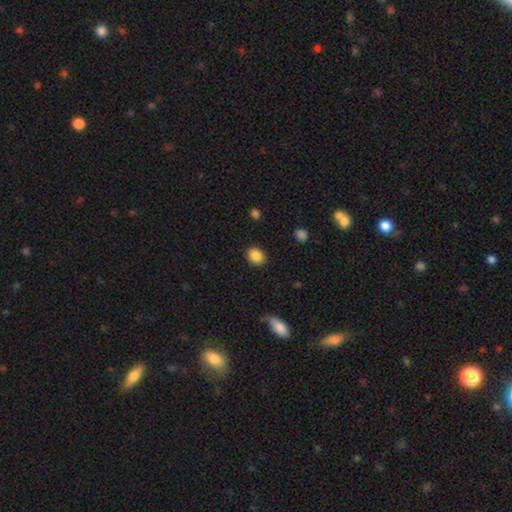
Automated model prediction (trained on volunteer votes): smooth-or-featured: smooth: 87% | star or artifact: 9% | featured or disk: 4%
  how-rounded: round: 63% | in between: 36% | cigar-shaped: 1%
  merging: none: 88% | minor disturbance: 8% | major disturbance: 3% | merger: 1%